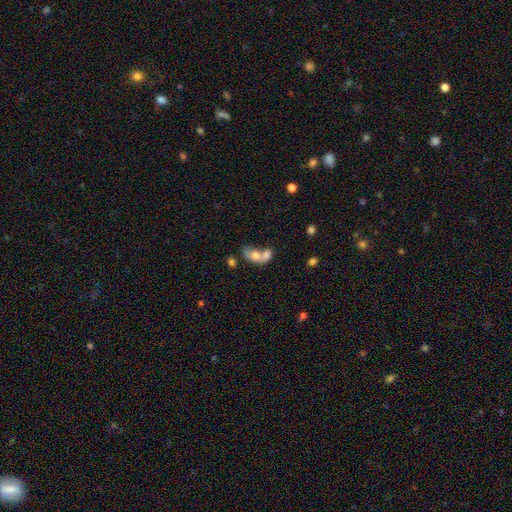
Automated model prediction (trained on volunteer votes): smooth 64%, featured or disk 27%, star or artifact 9%. Down the decision tree: how rounded — in between (75%); merging — merger (74%).